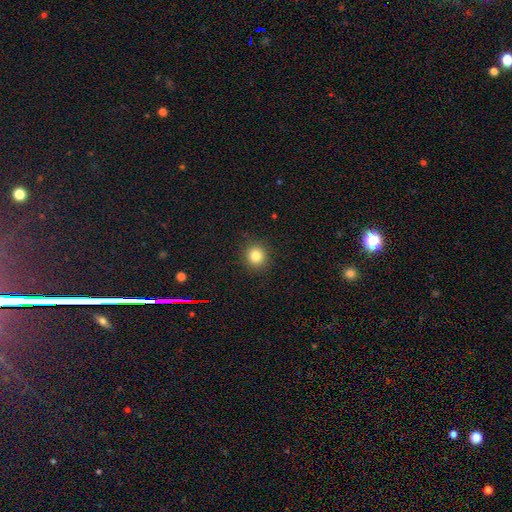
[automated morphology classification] The model was most divided on "smooth or featured": smooth: 81%, star or artifact: 12%, featured or disk: 6%. More confident: merging — none (90%); how rounded — round (88%).